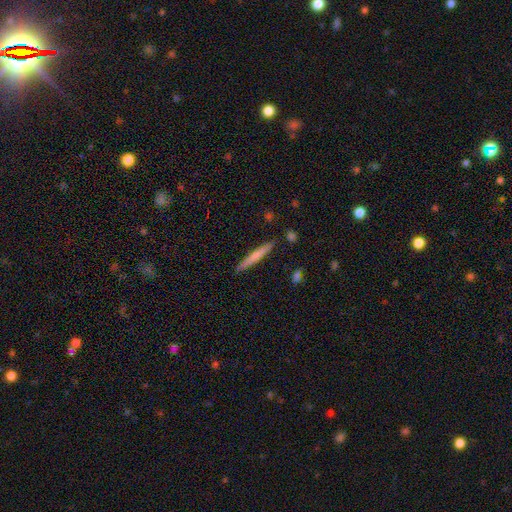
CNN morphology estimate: Smooth or featured? smooth (64%)
How rounded? cigar-shaped (96%)
Merging? none (89%)